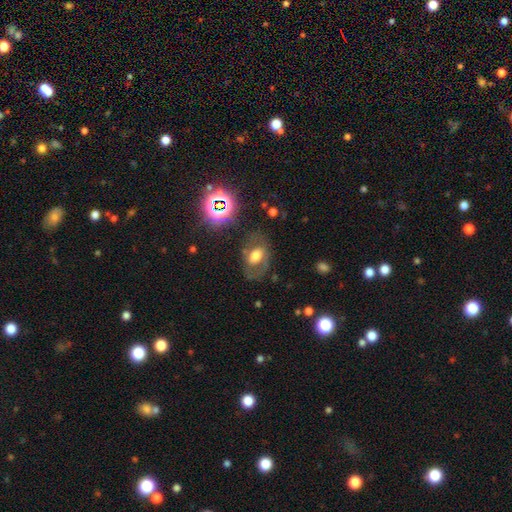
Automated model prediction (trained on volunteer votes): Q: Smooth or featured?
A: featured or disk (44%); runner-up: smooth (42%)
Q: Merging?
A: none (62%); runner-up: minor disturbance (20%)